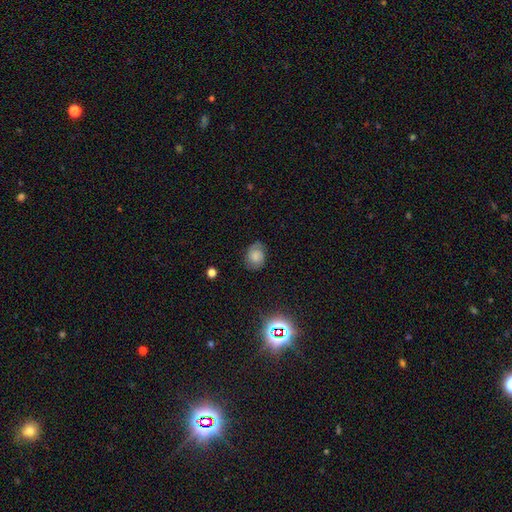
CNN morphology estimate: smooth-or-featured: smooth: 51% | featured or disk: 36% | star or artifact: 14%
  how-rounded: in between: 55% | round: 44% | cigar-shaped: 1%
  merging: none: 69% | minor disturbance: 22% | major disturbance: 7% | merger: 1%